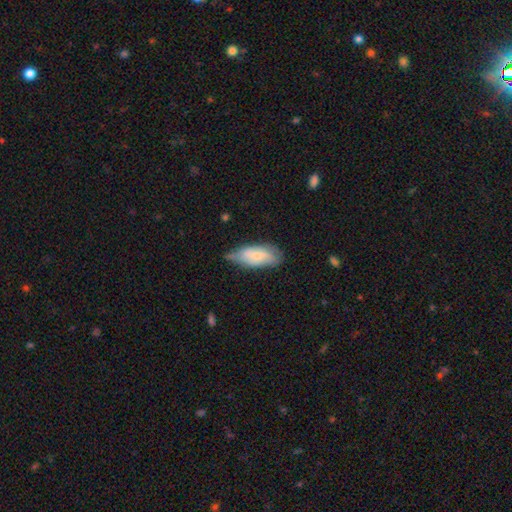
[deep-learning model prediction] A smooth galaxy with no disk features (59%) that is in between round and cigar-shaped (81%).

Vote fractions:
- Smooth or featured? smooth: 59% / featured or disk: 35% / star or artifact: 6%
- How rounded? in between: 81% / cigar-shaped: 16% / round: 2%
- Merging? none: 49% / minor disturbance: 39% / major disturbance: 9% / merger: 3%